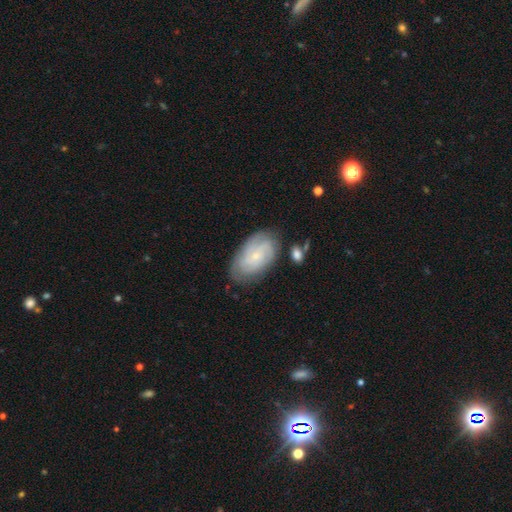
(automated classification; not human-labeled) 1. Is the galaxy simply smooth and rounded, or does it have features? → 65% featured or disk, 28% smooth, 7% star or artifact.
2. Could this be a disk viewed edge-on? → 95% no, 5% yes.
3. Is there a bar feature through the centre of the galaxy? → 69% no, 26% weak, 4% strong.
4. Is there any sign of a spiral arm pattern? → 88% yes, 12% no.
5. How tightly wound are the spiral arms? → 58% tight, 31% medium, 11% loose.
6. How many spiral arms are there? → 42% can't tell, 22% 2, 17% 3, 10% 4, 4% 1, 4% more than 4.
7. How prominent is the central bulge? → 81% small, 13% moderate, 3% none, 1% large, 1% dominant.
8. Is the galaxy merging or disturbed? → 73% none, 19% minor disturbance, 5% major disturbance, 3% merger.